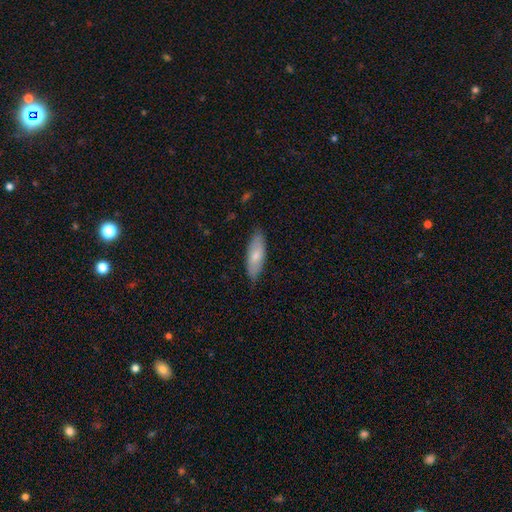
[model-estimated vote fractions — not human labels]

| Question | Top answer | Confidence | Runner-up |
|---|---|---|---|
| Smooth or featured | smooth | 72% | featured or disk (23%) |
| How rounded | in between | 63% | cigar-shaped (35%) |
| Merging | none | 81% | minor disturbance (16%) |